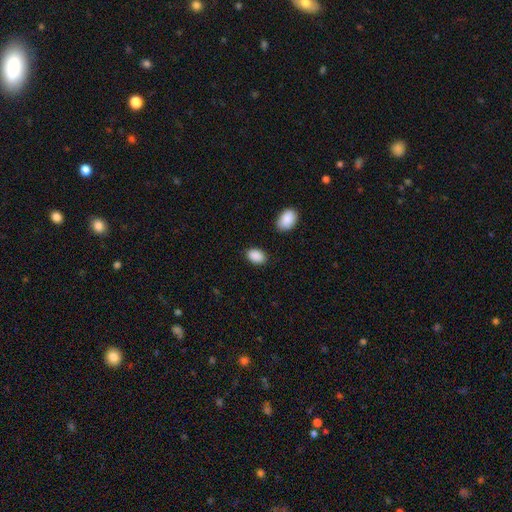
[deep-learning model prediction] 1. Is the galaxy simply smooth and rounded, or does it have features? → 90% smooth, 7% star or artifact, 3% featured or disk.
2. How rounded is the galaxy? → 85% in between, 14% round, 1% cigar-shaped.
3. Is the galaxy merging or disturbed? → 83% none, 12% minor disturbance, 3% major disturbance, 3% merger.